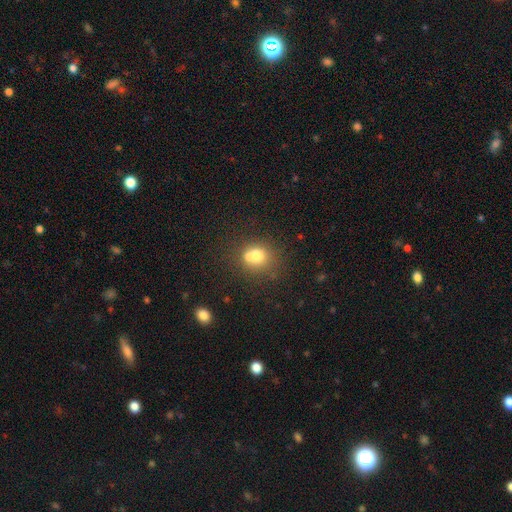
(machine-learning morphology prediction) A smooth galaxy with no disk features (69%) that is round (74%). Merging: merger (45%).